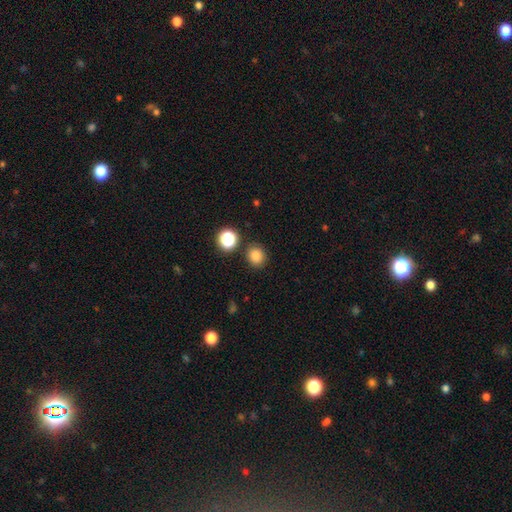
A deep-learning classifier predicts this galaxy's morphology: This appears to be a smooth galaxy with no disk features (83%) that is round (81%). Merging: none (85%).